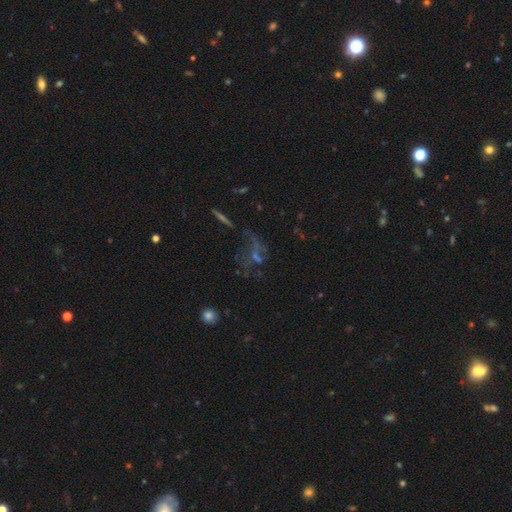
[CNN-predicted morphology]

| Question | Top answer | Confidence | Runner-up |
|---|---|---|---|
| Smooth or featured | featured or disk | 44% | star or artifact (35%) |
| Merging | none | 41% | major disturbance (35%) |